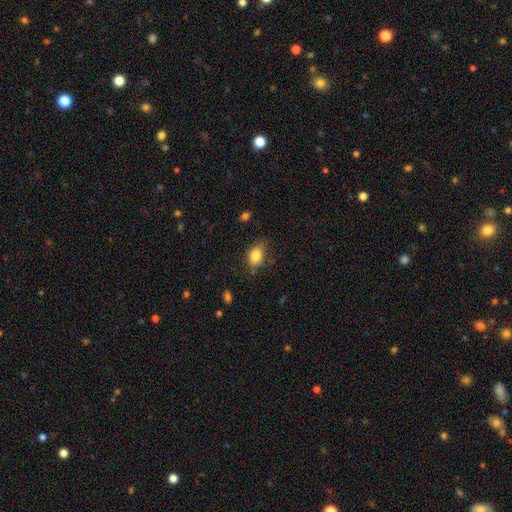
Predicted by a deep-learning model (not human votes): Smooth or featured? Predicted: smooth (p=0.82). How rounded? Predicted: in between (p=0.73). Merging? Predicted: none (p=0.63).